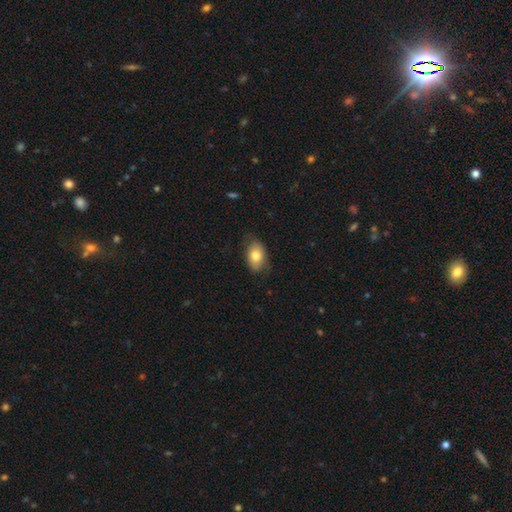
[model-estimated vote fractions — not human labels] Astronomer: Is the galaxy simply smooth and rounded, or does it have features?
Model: smooth — 78%.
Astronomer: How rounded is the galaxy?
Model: in between — 86%.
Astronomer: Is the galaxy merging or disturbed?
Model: none — 75%.